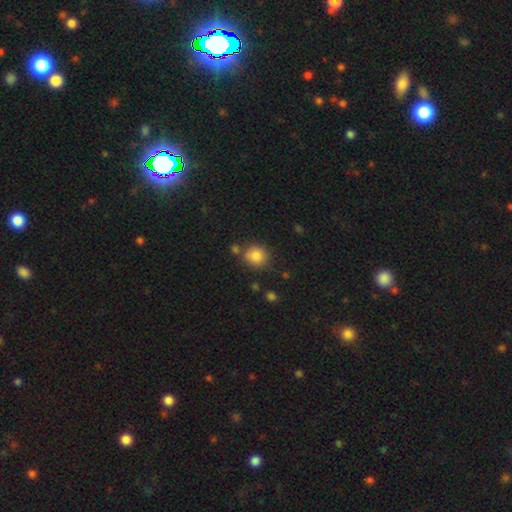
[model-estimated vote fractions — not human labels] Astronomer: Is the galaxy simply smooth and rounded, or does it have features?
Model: smooth — 84%.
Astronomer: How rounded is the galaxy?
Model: round — 85%.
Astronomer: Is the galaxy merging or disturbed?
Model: none — 75%.